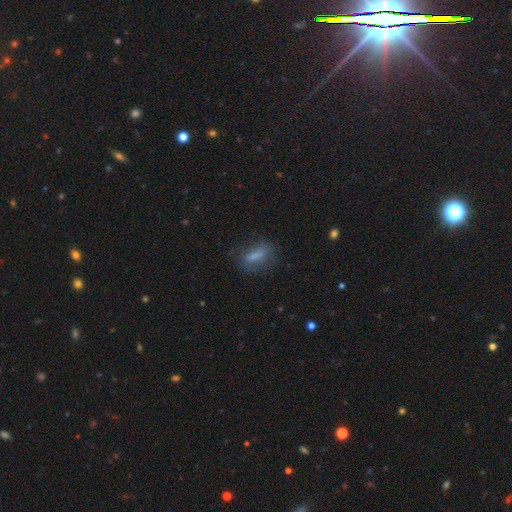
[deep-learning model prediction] Morphology: type=smooth (70%); roundness=in between (56%); merging=none (67%).